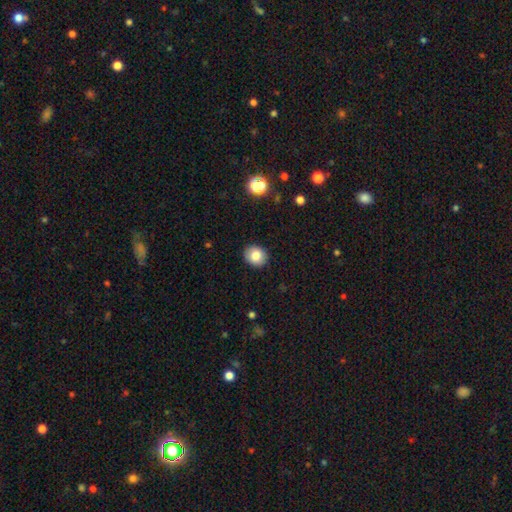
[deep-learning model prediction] smooth_or_featured: smooth (p=0.81) [alt: featured or disk p=0.10]
how_rounded: round (p=0.70) [alt: in between p=0.29]
merging: none (p=0.90) [alt: minor disturbance p=0.07]